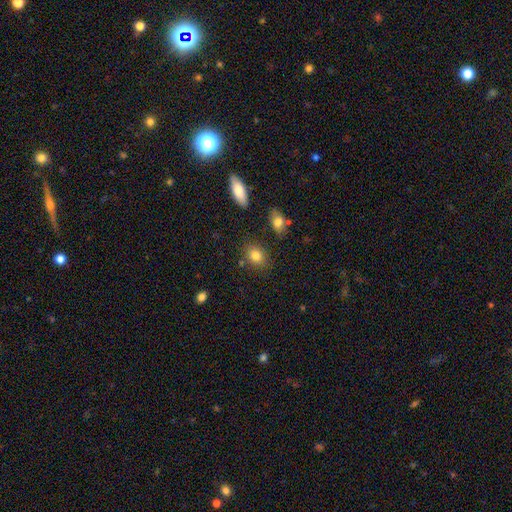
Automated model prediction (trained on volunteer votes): smooth-or-featured: smooth: 83% | star or artifact: 10% | featured or disk: 8%
  how-rounded: in between: 58% | round: 41% | cigar-shaped: 1%
  merging: none: 78% | minor disturbance: 13% | merger: 5% | major disturbance: 4%